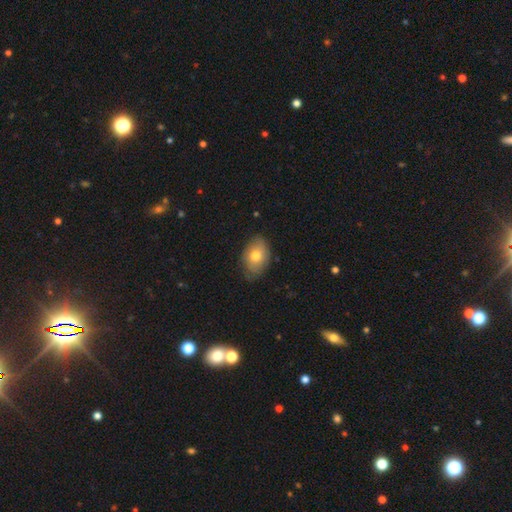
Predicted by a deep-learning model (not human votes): A smooth galaxy with no disk features (74%) that is in between round and cigar-shaped (82%). Merging: none (72%).